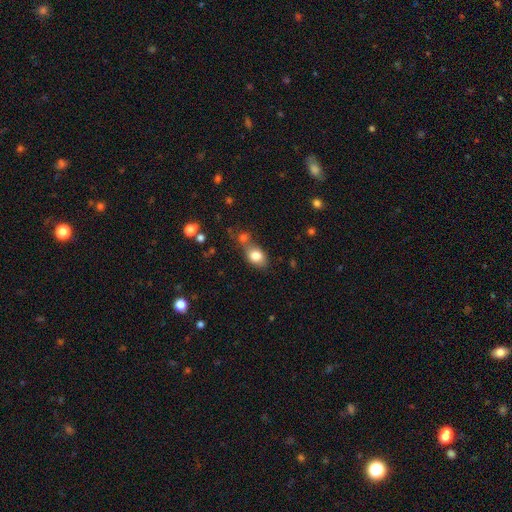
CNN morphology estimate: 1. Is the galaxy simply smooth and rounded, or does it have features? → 81% smooth, 10% featured or disk, 9% star or artifact.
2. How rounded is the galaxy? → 73% in between, 25% round, 2% cigar-shaped.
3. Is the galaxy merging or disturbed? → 51% none, 29% merger, 15% minor disturbance, 5% major disturbance.